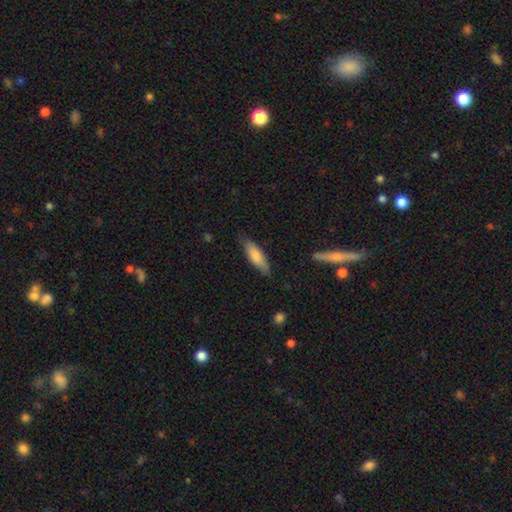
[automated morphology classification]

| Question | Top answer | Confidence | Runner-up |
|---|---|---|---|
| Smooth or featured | smooth | 79% | featured or disk (16%) |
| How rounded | cigar-shaped | 52% | in between (47%) |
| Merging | none | 79% | minor disturbance (16%) |